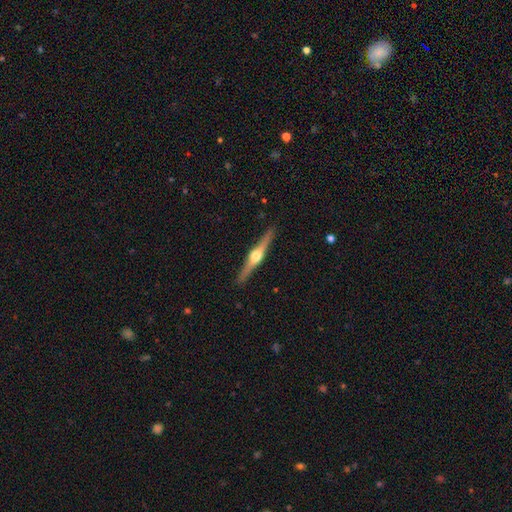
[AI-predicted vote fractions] smooth_or_featured: featured or disk (p=0.81) [alt: smooth p=0.14]
disk_edge_on: yes (p=0.98) [alt: no p=0.02]
edge_on_bulge: rounded (p=0.96) [alt: boxy p=0.03]
merging: none (p=0.91) [alt: minor disturbance p=0.06]